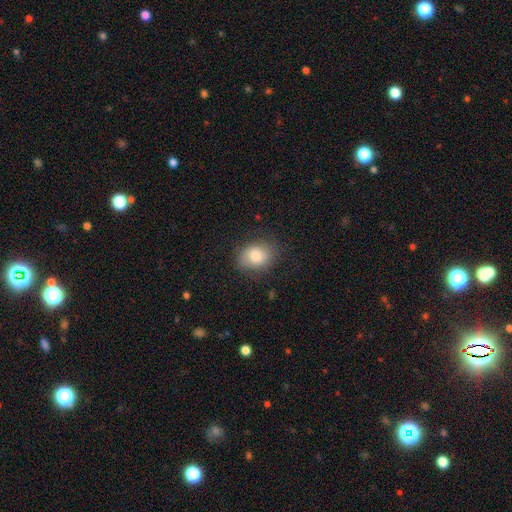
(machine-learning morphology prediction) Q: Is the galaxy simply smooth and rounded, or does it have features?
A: smooth — 74%.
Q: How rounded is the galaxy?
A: in between — 54%.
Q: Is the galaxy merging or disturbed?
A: none — 75%.